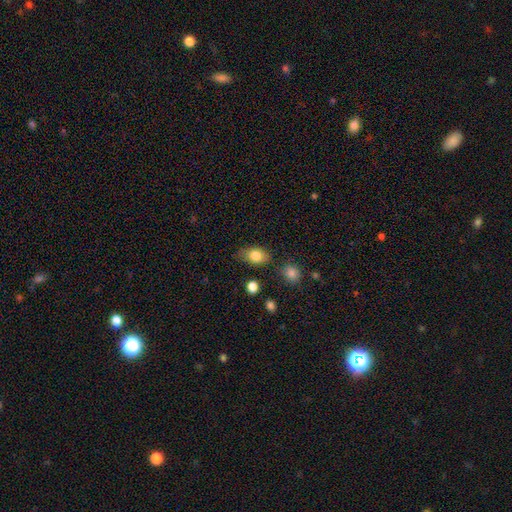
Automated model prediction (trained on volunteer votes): Smooth or featured?
  - smooth: 81% *
  - featured or disk: 11%
  - star or artifact: 8%
How rounded?
  - in between: 84% *
  - round: 14%
  - cigar-shaped: 2%
Merging?
  - none: 75% *
  - minor disturbance: 17%
  - merger: 4%
  - major disturbance: 4%